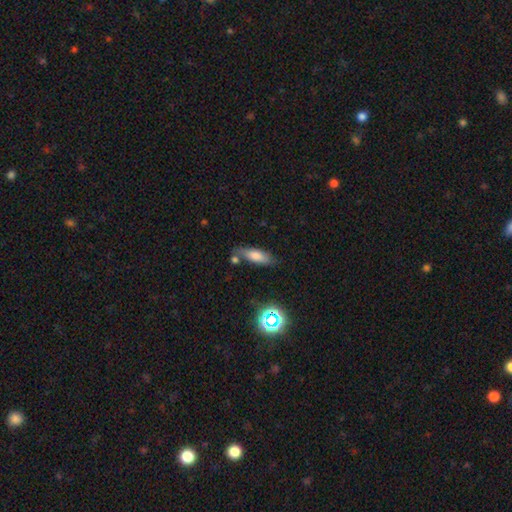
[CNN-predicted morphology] A smooth galaxy with no disk features (68%) that is in between round and cigar-shaped (56%).

Vote fractions:
- Smooth or featured? smooth: 68% / featured or disk: 20% / star or artifact: 12%
- How rounded? in between: 56% / cigar-shaped: 41% / round: 4%
- Merging? none: 69% / minor disturbance: 16% / merger: 10% / major disturbance: 4%